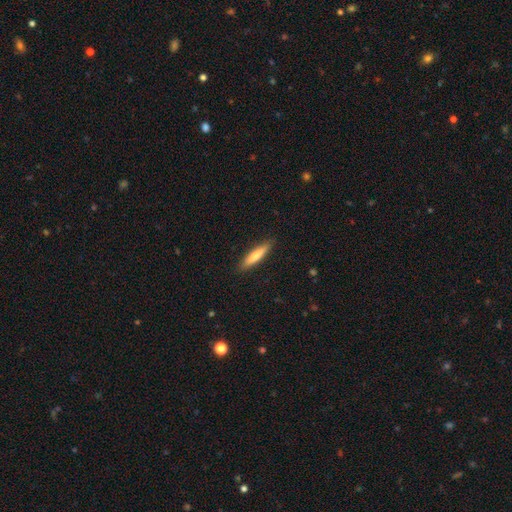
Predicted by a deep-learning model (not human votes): smooth-or-featured: smooth: 73% | featured or disk: 22% | star or artifact: 5%
  how-rounded: cigar-shaped: 85% | in between: 14% | round: 1%
  merging: none: 89% | minor disturbance: 8% | major disturbance: 2% | merger: 1%